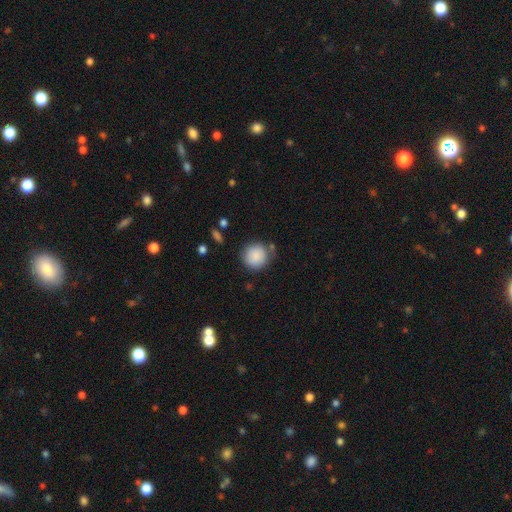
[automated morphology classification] A smooth galaxy with no disk features (87%) that is round (91%).

Vote fractions:
- Smooth or featured? smooth: 87% / star or artifact: 7% / featured or disk: 6%
- How rounded? round: 91% / in between: 8% / cigar-shaped: 1%
- Merging? none: 74% / minor disturbance: 17% / merger: 5% / major disturbance: 5%